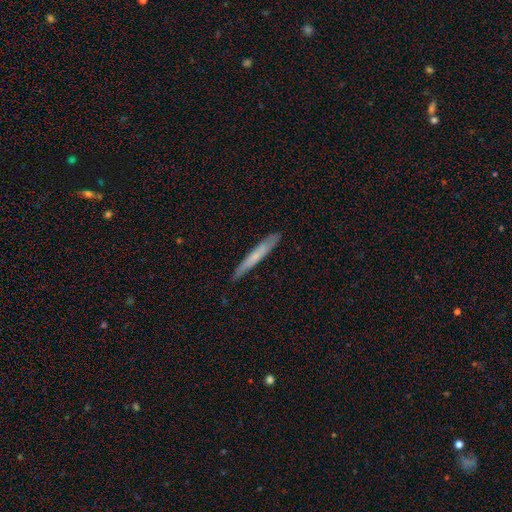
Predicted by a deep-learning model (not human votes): Overall: smooth (59%; featured or disk 35%). How rounded: cigar-shaped (96%). Merging: none (87%).